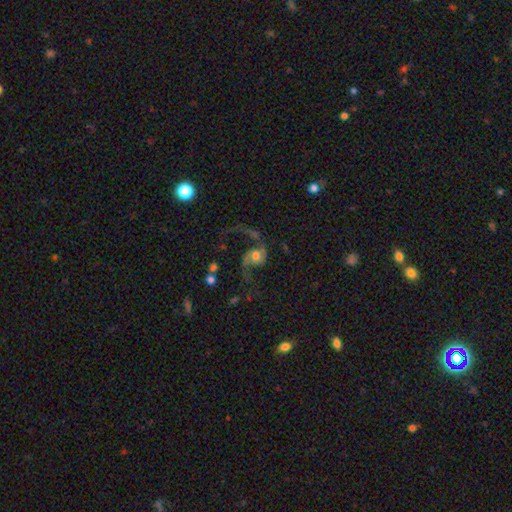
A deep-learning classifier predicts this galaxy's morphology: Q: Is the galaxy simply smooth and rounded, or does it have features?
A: featured or disk — 83%.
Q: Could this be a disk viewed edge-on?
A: no — 97%.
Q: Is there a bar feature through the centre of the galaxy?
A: no — 64%.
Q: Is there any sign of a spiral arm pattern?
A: yes — 95%.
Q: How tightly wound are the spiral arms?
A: loose — 79%.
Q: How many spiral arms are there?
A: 2 — 91%.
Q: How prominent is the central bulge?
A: moderate — 60%.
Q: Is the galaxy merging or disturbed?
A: none — 53%.